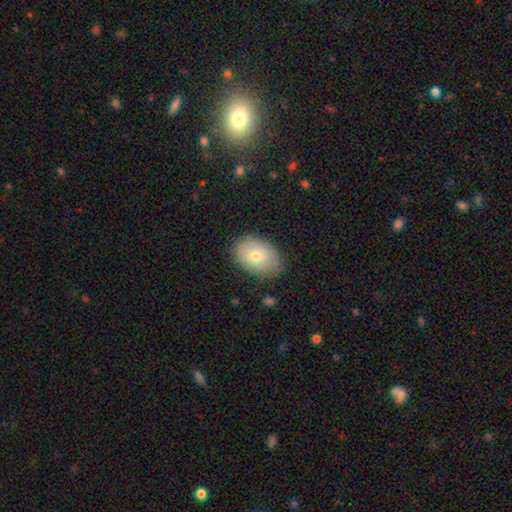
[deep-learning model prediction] Q: Smooth or featured?
A: smooth (72%); runner-up: featured or disk (21%)
Q: How rounded?
A: in between (83%); runner-up: round (16%)
Q: Merging?
A: none (81%); runner-up: minor disturbance (14%)